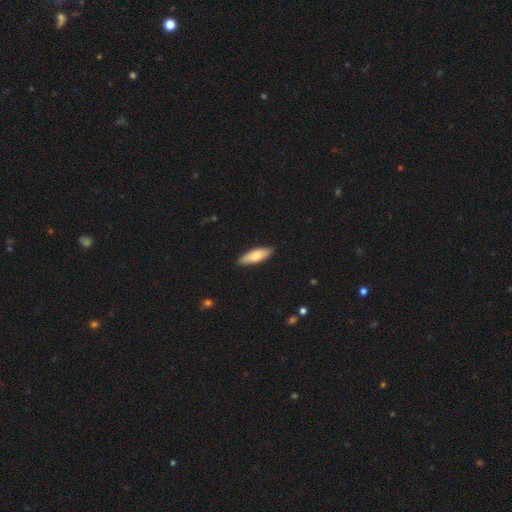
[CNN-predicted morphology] smooth 74%, featured or disk 21%, star or artifact 5%. Down the decision tree: how rounded — in between (57%); merging — none (89%).